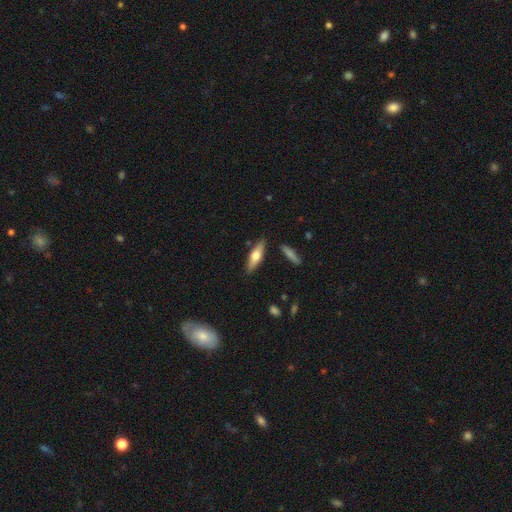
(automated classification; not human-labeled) The model was most divided on "how rounded": cigar-shaped: 60%, in between: 38%, round: 2%. More confident: merging — none (84%); smooth or featured — smooth (58%).